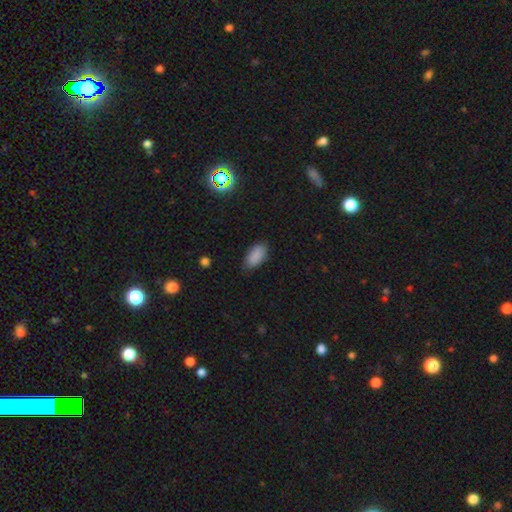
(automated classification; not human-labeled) Overall: smooth (88%). How rounded: in between (93%). Merging: none (78%).